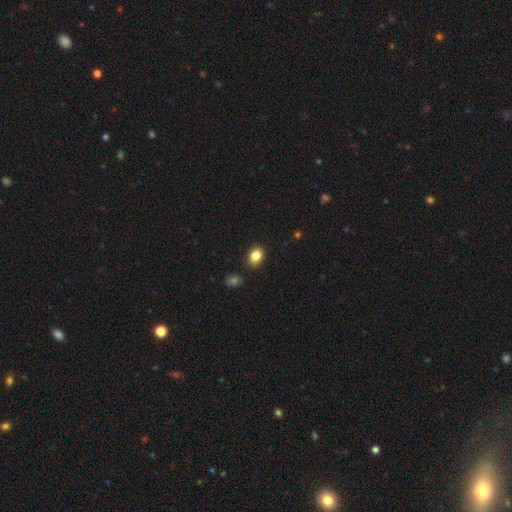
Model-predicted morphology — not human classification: smooth_or_featured: smooth (p=0.85) [alt: star or artifact p=0.09]
how_rounded: in between (p=0.66) [alt: round p=0.33]
merging: none (p=0.88) [alt: minor disturbance p=0.08]